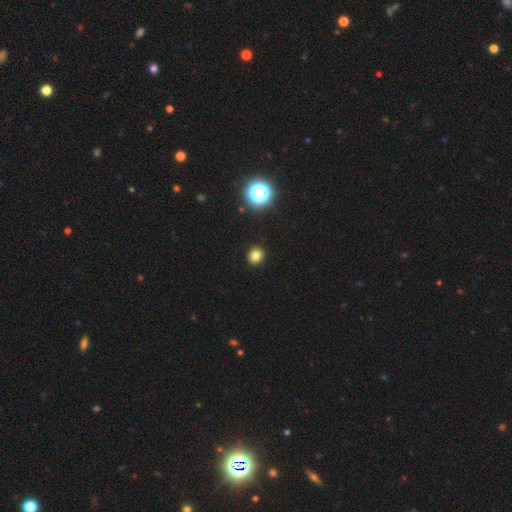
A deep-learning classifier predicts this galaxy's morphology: type=smooth (80%); roundness=round (86%); merging=none (92%).